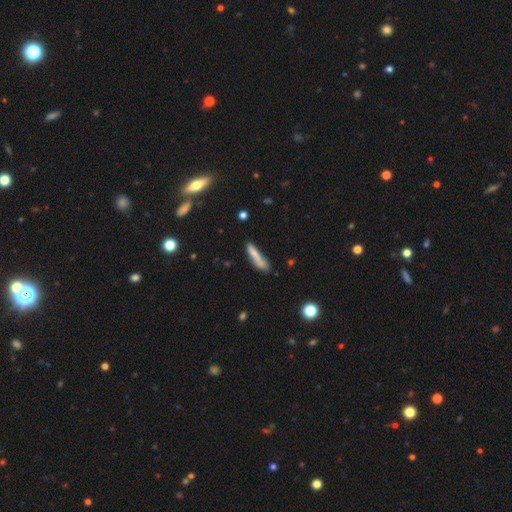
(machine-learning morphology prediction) A smooth galaxy with no disk features (72%) that is cigar-shaped (84%).

Vote fractions:
- Smooth or featured? smooth: 72% / featured or disk: 20% / star or artifact: 8%
- How rounded? cigar-shaped: 84% / in between: 14% / round: 2%
- Merging? none: 57% / minor disturbance: 23% / merger: 12% / major disturbance: 8%